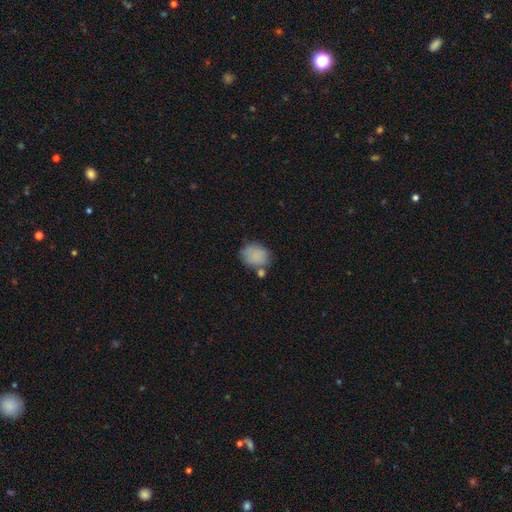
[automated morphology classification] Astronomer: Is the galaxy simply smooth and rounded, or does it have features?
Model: smooth — 83%.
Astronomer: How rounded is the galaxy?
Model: round — 56% (runner-up: in between, 43%).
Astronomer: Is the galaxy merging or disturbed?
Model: none — 60%.